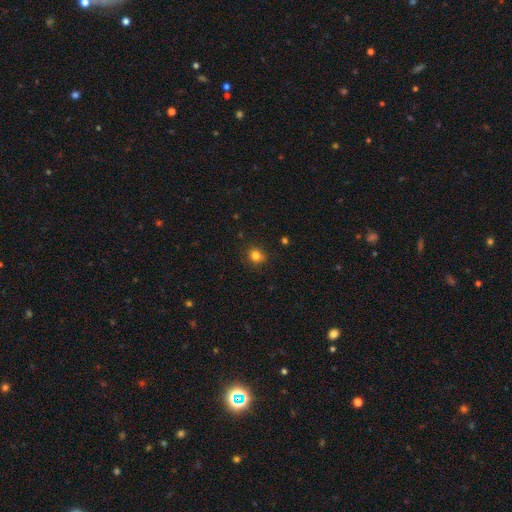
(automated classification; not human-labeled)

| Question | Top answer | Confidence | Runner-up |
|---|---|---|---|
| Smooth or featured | smooth | 81% | star or artifact (14%) |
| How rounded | round | 81% | in between (18%) |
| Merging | none | 82% | minor disturbance (13%) |